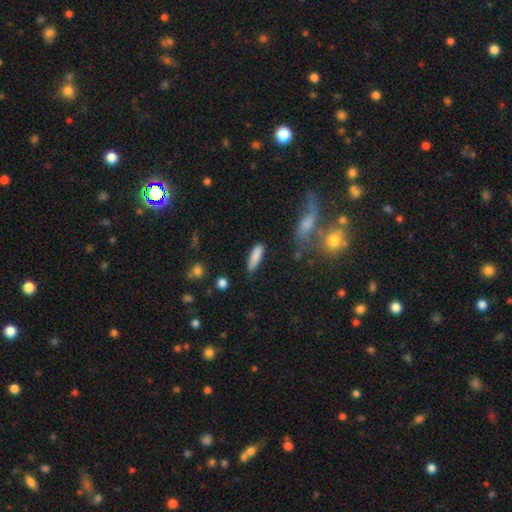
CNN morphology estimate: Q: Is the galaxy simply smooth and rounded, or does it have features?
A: smooth — 85%.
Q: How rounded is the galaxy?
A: cigar-shaped — 62%.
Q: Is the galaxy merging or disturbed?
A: none — 80%.